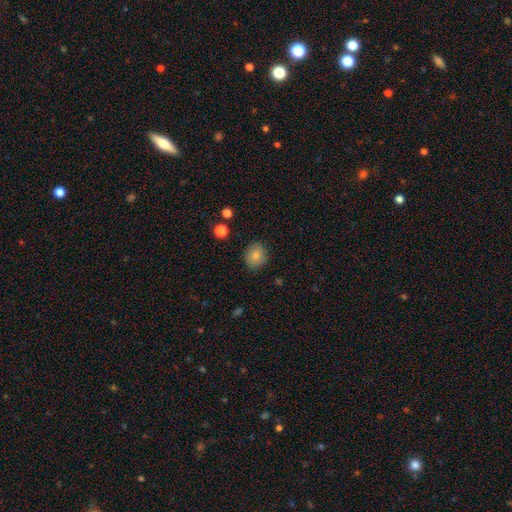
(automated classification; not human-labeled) smooth-or-featured: smooth: 82% | star or artifact: 9% | featured or disk: 9%
  how-rounded: round: 70% | in between: 29% | cigar-shaped: 1%
  merging: none: 85% | minor disturbance: 11% | major disturbance: 3% | merger: 1%